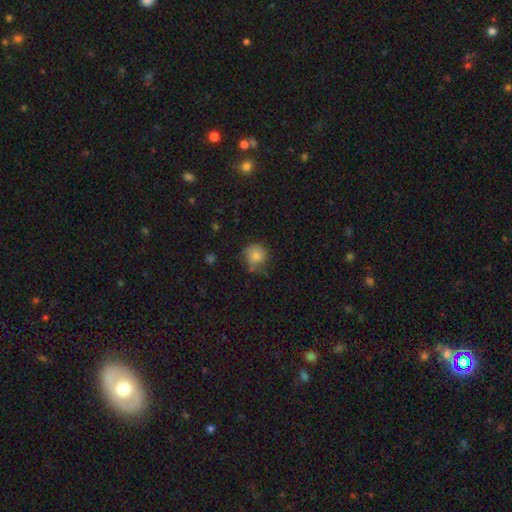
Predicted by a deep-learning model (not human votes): This appears to be a smooth galaxy with no disk features (74%) that is round (82%). Merging: none (56%).